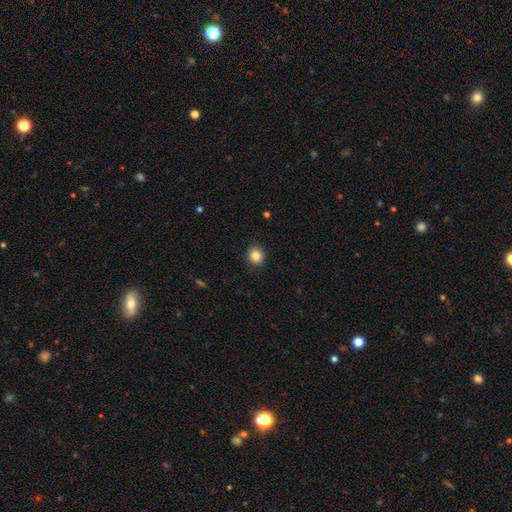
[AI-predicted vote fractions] The model was most divided on "how rounded": round: 79%, in between: 21%, cigar-shaped: 1%. More confident: merging — none (89%); smooth or featured — smooth (85%).